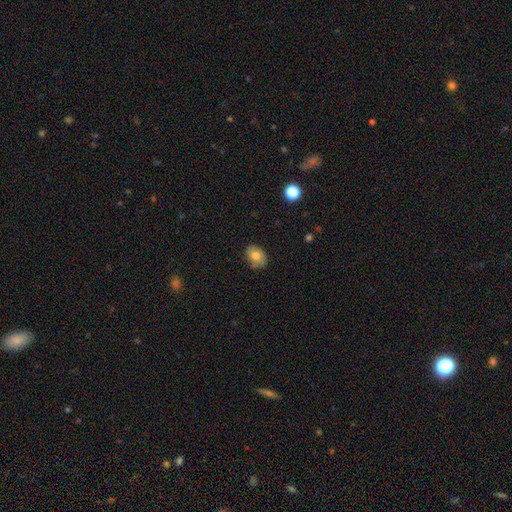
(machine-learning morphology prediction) A smooth galaxy with no disk features (72%) that is in between round and cigar-shaped (72%).

Vote fractions:
- Smooth or featured? smooth: 72% / featured or disk: 19% / star or artifact: 9%
- How rounded? in between: 72% / round: 27% / cigar-shaped: 1%
- Merging? none: 81% / minor disturbance: 15% / major disturbance: 3% / merger: 1%